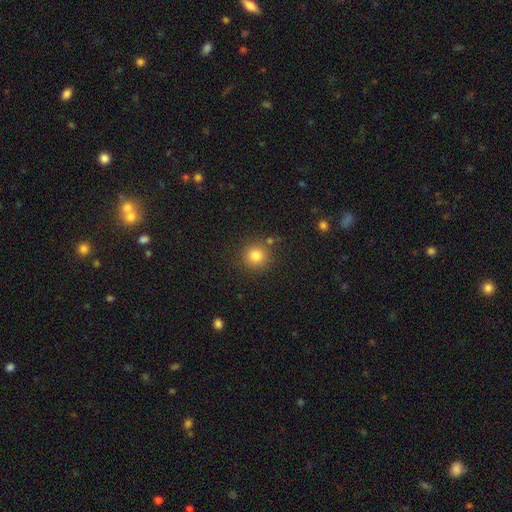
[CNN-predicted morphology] Overall: smooth (82%). How rounded: round (93%). Merging: none (83%).